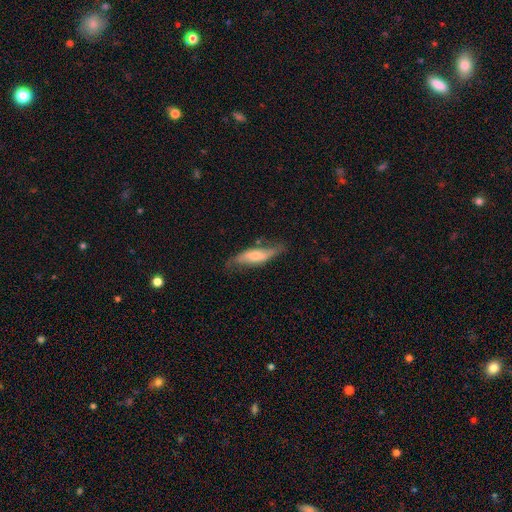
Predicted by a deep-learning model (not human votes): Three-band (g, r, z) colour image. It shows a featured or disk galaxy (50%). Merging: none (58%).